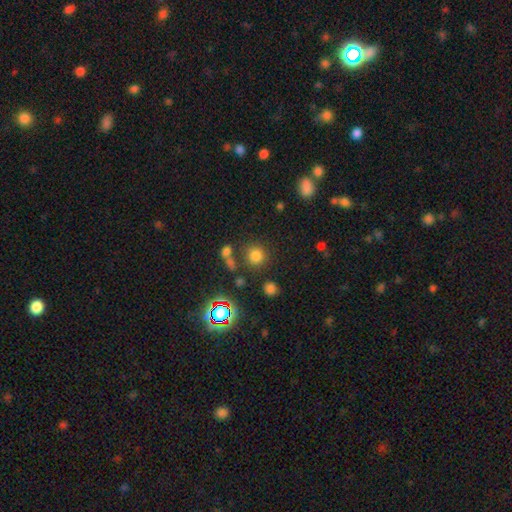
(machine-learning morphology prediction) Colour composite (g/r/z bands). It shows a smooth galaxy with no disk features (72%) that is round (88%). Merging: none (72%).